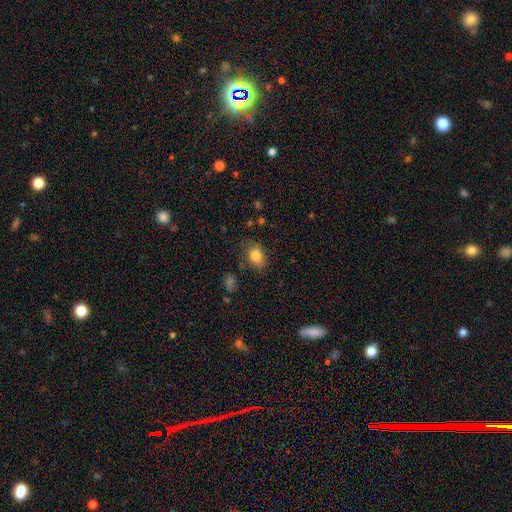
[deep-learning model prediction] smooth-or-featured: smooth: 83% | star or artifact: 9% | featured or disk: 9%
  how-rounded: in between: 77% | round: 22% | cigar-shaped: 1%
  merging: none: 71% | minor disturbance: 21% | major disturbance: 6% | merger: 2%